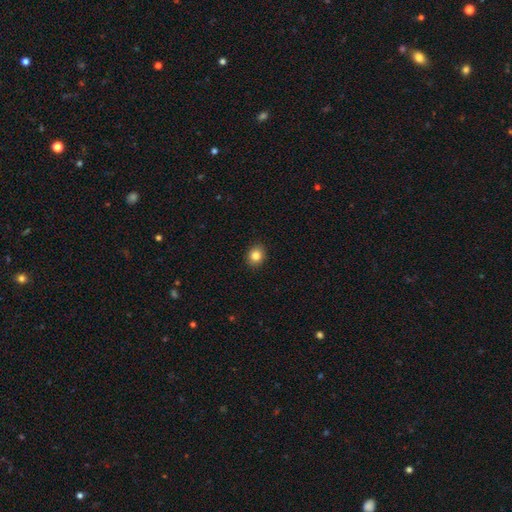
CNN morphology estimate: smooth-or-featured: smooth: 84% | star or artifact: 10% | featured or disk: 6%
  how-rounded: round: 66% | in between: 33% | cigar-shaped: 1%
  merging: none: 91% | minor disturbance: 7% | major disturbance: 2% | merger: 1%